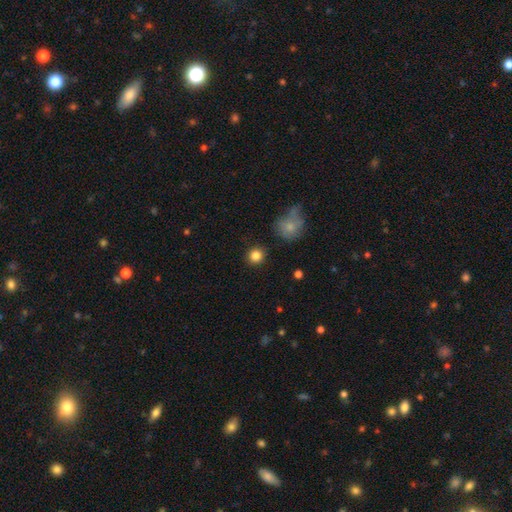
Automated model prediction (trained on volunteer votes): A smooth galaxy with no disk features (85%) that is round (91%). Merging: none (89%).